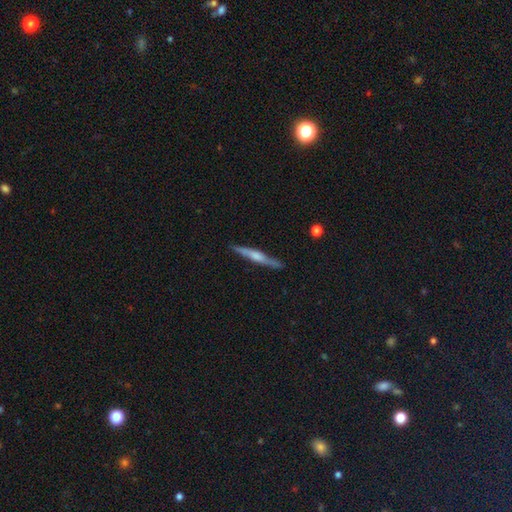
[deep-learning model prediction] Smooth or featured: featured or disk — 64% (smooth — 31%)
Edge-on disk: yes — 97% (no — 3%)
Edge-on bulge: rounded — 58% (boxy — 27%)
Merging: none — 87% (minor disturbance — 10%)